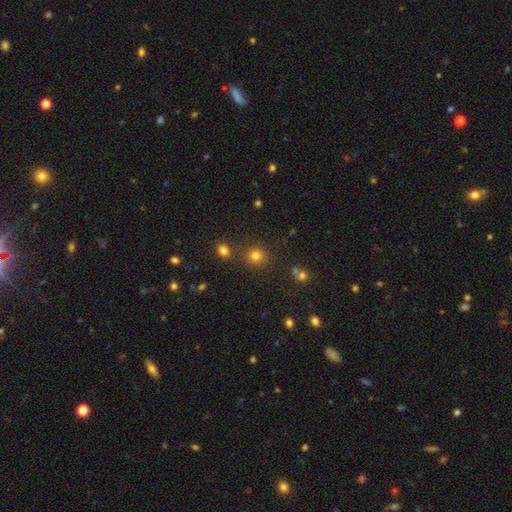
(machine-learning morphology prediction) A smooth galaxy with no disk features (78%) that is round (89%). Merging: none (81%).